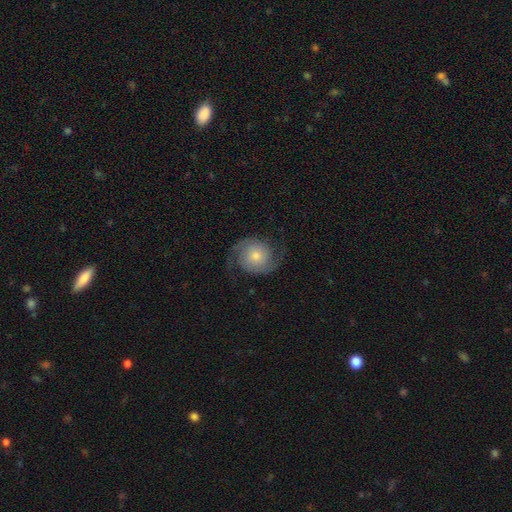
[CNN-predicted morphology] Q: Smooth or featured?
A: featured or disk (82%); runner-up: smooth (12%)
Q: Edge-on disk?
A: no (98%); runner-up: yes (2%)
Q: Bar?
A: no (78%); runner-up: weak (17%)
Q: Spiral arms?
A: yes (97%); runner-up: no (3%)
Q: Spiral winding?
A: medium (47%); runner-up: tight (27%)
Q: Spiral arm count?
A: 2 (94%); runner-up: can't tell (2%)
Q: Bulge size?
A: small (47%); runner-up: moderate (42%)
Q: Merging?
A: none (79%); runner-up: minor disturbance (13%)